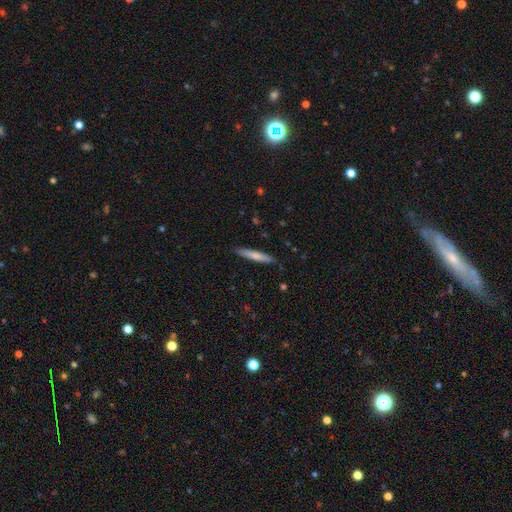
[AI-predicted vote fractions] smooth 69%, featured or disk 26%, star or artifact 5%. Down the decision tree: how rounded — cigar-shaped (92%); merging — none (89%).